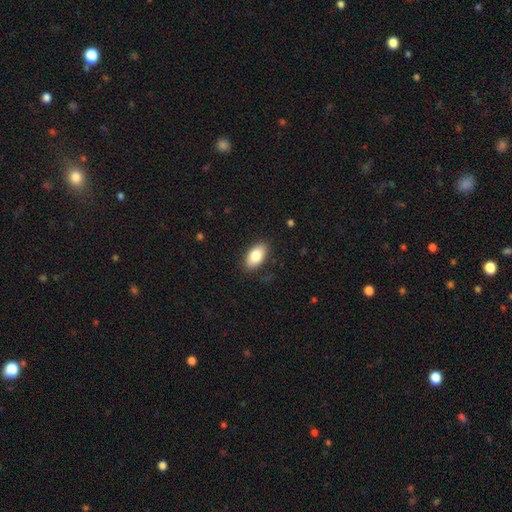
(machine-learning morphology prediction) type=smooth (83%); roundness=in between (93%); merging=none (86%).